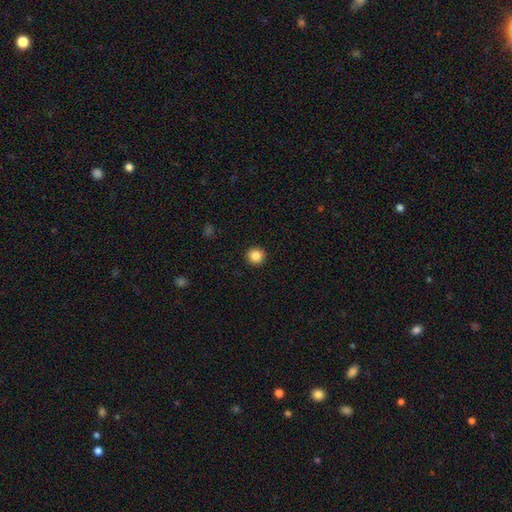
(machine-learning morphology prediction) Q: Smooth or featured?
A: smooth (85%); runner-up: star or artifact (10%)
Q: How rounded?
A: round (95%); runner-up: in between (4%)
Q: Merging?
A: none (93%); runner-up: minor disturbance (4%)